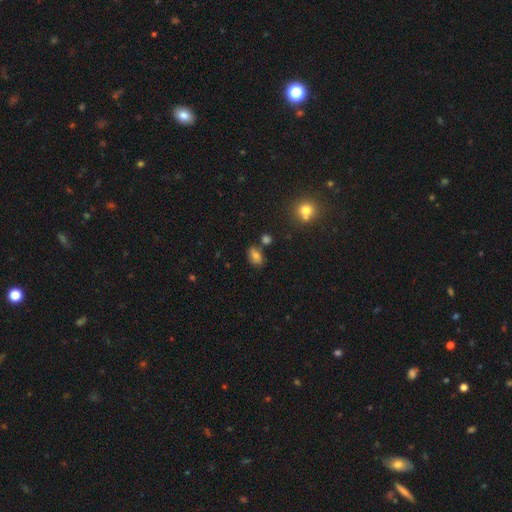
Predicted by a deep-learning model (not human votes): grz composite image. It shows a smooth galaxy with no disk features (72%) that is in between round and cigar-shaped (83%). Merging: none (68%).